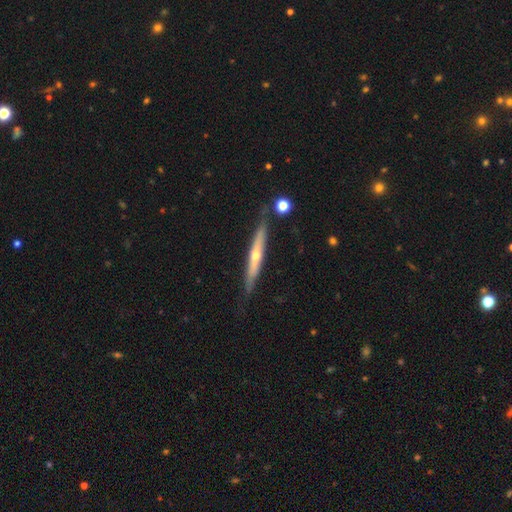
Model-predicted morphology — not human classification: A featured or disk galaxy (67%) viewed edge-on (92%) with a rounded central bulge (74%).

Vote fractions:
- Smooth or featured? featured or disk: 67% / smooth: 27% / star or artifact: 6%
- Edge-on disk? yes: 92% / no: 8%
- Edge-on bulge? rounded: 74% / none: 23% / boxy: 3%
- Merging? none: 79% / minor disturbance: 15% / merger: 3% / major disturbance: 3%